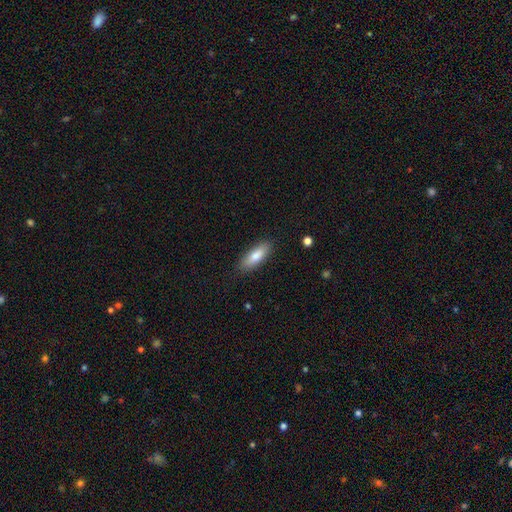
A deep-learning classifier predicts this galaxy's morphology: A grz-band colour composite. It shows a smooth galaxy with no disk features (81%) that is in between round and cigar-shaped (62%). Merging: none (86%).